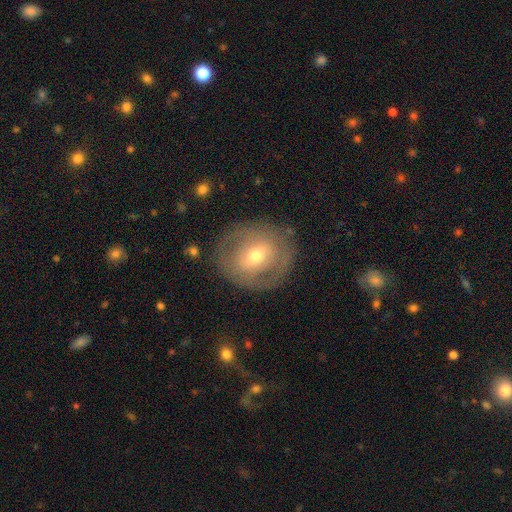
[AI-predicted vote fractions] smooth-or-featured: featured or disk: 52% | smooth: 41% | star or artifact: 7%
  disk-edge-on: no: 93% | yes: 7%
  merging: none: 78% | minor disturbance: 13% | major disturbance: 7% | merger: 1%